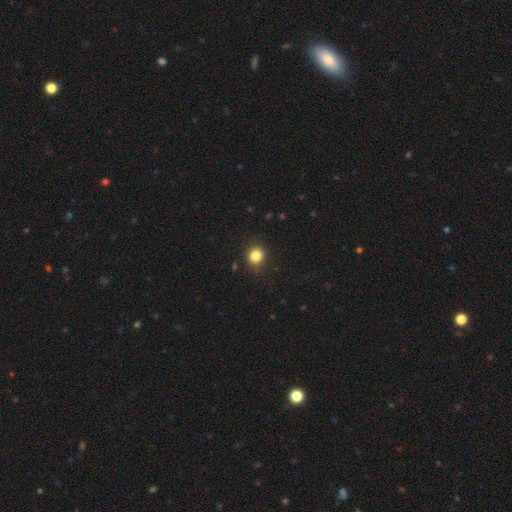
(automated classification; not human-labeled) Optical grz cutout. It shows a smooth galaxy with no disk features (84%) that is round (80%). Merging: none (86%).